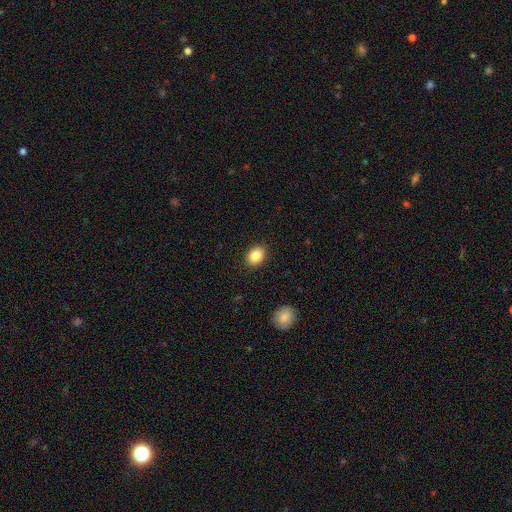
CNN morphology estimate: A smooth galaxy with no disk features (87%) that is in between round and cigar-shaped (64%).

Vote fractions:
- Smooth or featured? smooth: 87% / star or artifact: 8% / featured or disk: 5%
- How rounded? in between: 64% / round: 35% / cigar-shaped: 1%
- Merging? none: 89% / minor disturbance: 8% / major disturbance: 2% / merger: 1%